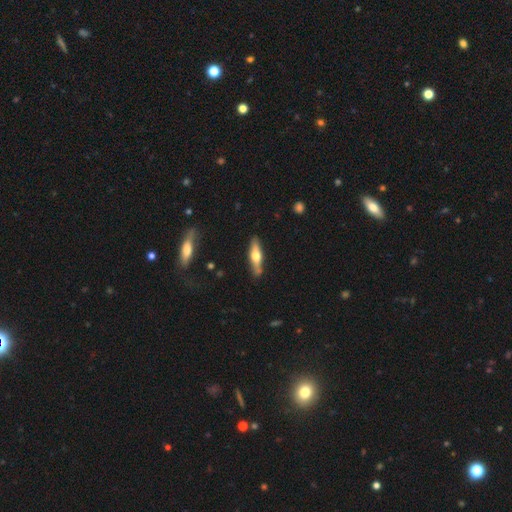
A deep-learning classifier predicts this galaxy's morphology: Q: Smooth or featured?
A: featured or disk (54%); runner-up: smooth (41%)
Q: Edge-on disk?
A: yes (92%); runner-up: no (8%)
Q: Merging?
A: none (84%); runner-up: minor disturbance (11%)